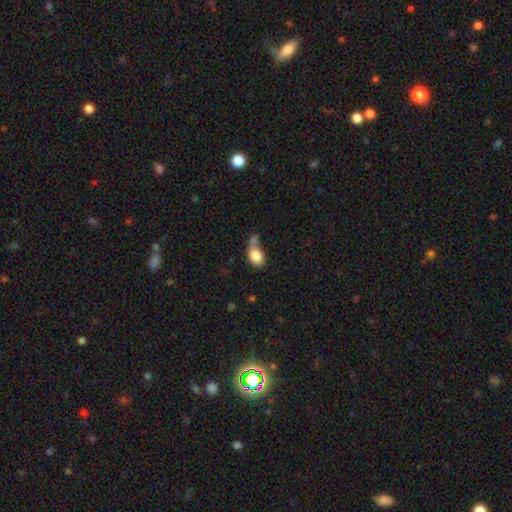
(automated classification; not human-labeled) smooth-or-featured: smooth: 82% | featured or disk: 11% | star or artifact: 8%
  how-rounded: in between: 76% | round: 22% | cigar-shaped: 2%
  merging: merger: 35% | none: 30% | minor disturbance: 20% | major disturbance: 15%